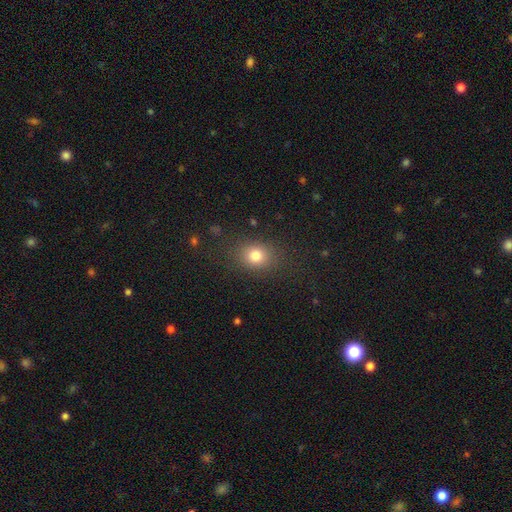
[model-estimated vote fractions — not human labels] A smooth galaxy with no disk features (80%) that is round (54%). Merging: none (81%).